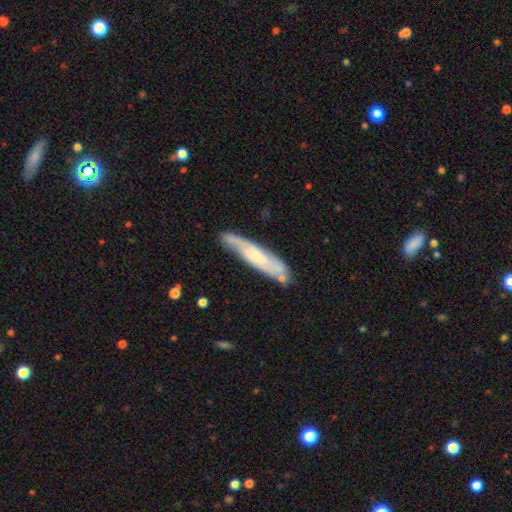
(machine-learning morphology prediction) The model was most divided on "edge-on disk" (2-way tie): yes: 50%, no: 50%. More confident: merging — none (71%); smooth or featured — featured or disk (53%).